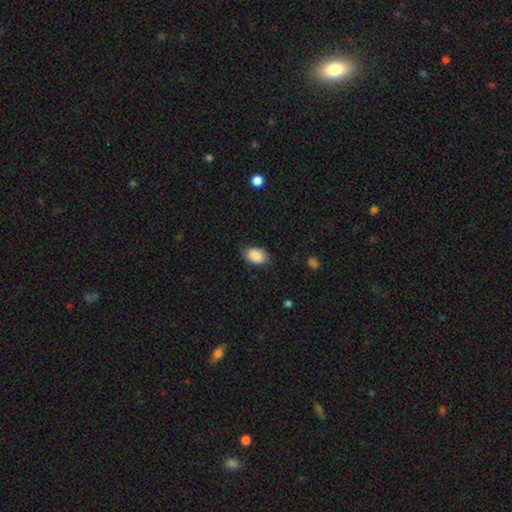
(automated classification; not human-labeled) Smooth or featured: smooth — 87% (star or artifact — 7%)
How rounded: in between — 88% (round — 11%)
Merging: none — 77% (minor disturbance — 18%)